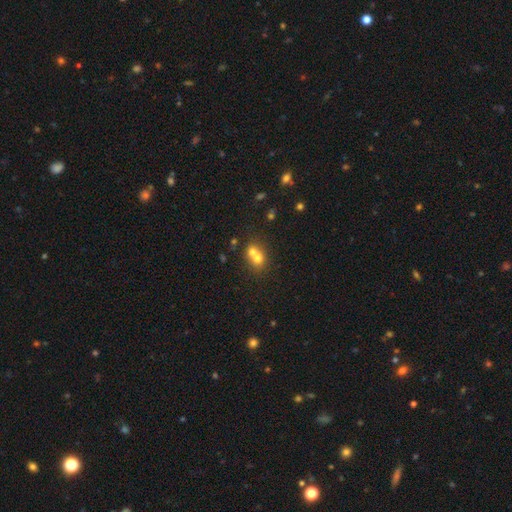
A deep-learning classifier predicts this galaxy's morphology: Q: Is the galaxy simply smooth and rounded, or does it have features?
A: smooth — 67%.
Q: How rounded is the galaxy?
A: round — 71%.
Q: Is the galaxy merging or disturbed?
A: merger — 67%.